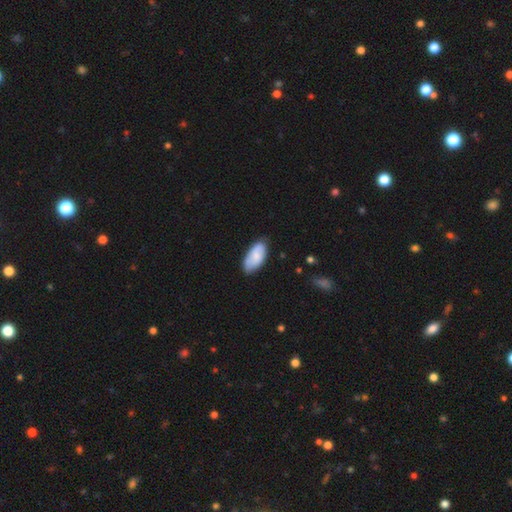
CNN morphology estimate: Smooth or featured?
  - smooth: 71% *
  - featured or disk: 23%
  - star or artifact: 6%
How rounded?
  - in between: 94% *
  - cigar-shaped: 4%
  - round: 2%
Merging?
  - none: 72% *
  - minor disturbance: 22%
  - major disturbance: 4%
  - merger: 2%